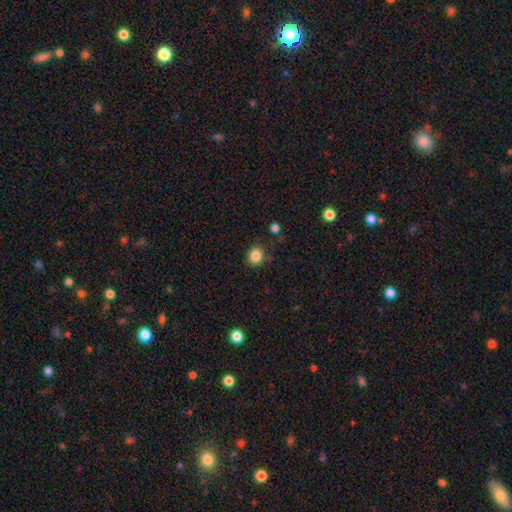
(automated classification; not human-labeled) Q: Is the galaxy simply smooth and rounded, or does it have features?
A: smooth — 85%.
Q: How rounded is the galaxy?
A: round — 72%.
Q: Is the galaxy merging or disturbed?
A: none — 77%.